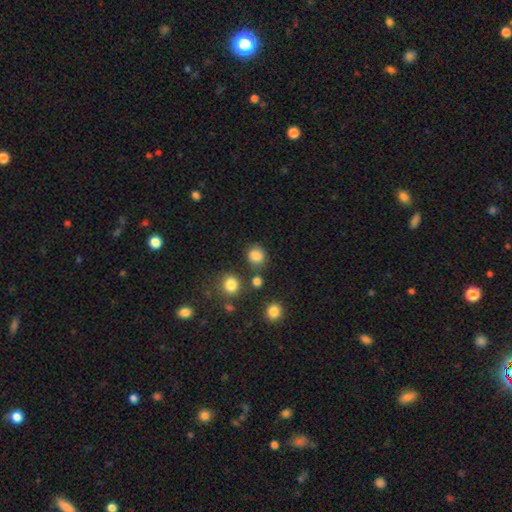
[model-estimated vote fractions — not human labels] smooth_or_featured: smooth (p=0.83) [alt: star or artifact p=0.12]
how_rounded: round (p=0.77) [alt: in between p=0.22]
merging: none (p=0.75) [alt: minor disturbance p=0.13]